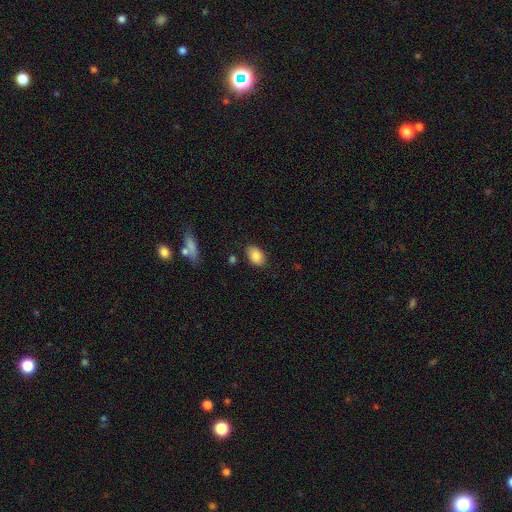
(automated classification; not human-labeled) A smooth galaxy with no disk features (85%) that is in between round and cigar-shaped (87%).

Vote fractions:
- Smooth or featured? smooth: 85% / star or artifact: 8% / featured or disk: 7%
- How rounded? in between: 87% / round: 12% / cigar-shaped: 1%
- Merging? none: 84% / minor disturbance: 11% / major disturbance: 3% / merger: 2%